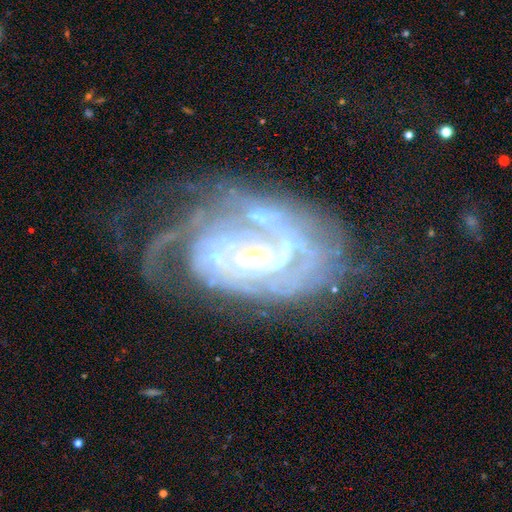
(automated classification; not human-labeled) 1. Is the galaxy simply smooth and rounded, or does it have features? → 85% featured or disk, 8% star or artifact, 7% smooth.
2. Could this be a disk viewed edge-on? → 97% no, 3% yes.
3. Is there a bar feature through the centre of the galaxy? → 63% no, 25% weak, 12% strong.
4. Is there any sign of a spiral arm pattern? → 93% yes, 7% no.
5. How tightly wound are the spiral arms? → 69% tight, 24% medium, 8% loose.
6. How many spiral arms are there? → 36% can't tell, 19% 2, 15% 3, 12% 4, 9% more than 4, 8% 1.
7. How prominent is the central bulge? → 82% small, 9% moderate, 6% none, 2% large, 1% dominant.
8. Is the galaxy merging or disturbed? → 38% none, 28% major disturbance, 22% minor disturbance, 12% merger.